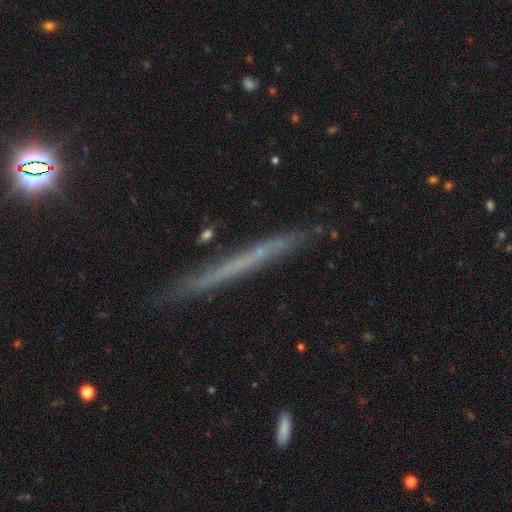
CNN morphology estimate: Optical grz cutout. It shows a featured or disk galaxy (55%) viewed edge-on (95%) with no central bulge (93%). Merging: none (85%).